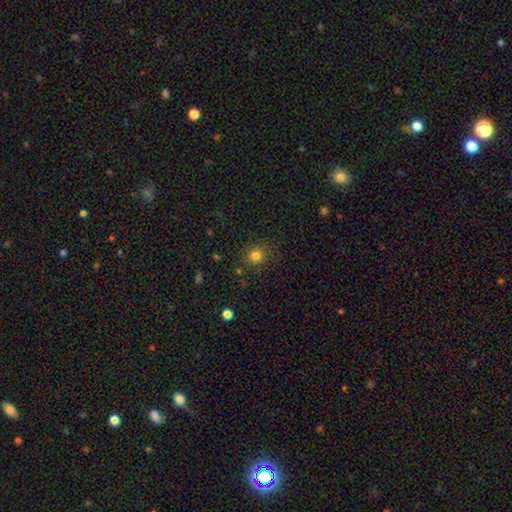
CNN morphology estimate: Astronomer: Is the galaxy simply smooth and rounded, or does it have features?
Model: smooth — 79%.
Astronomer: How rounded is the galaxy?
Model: round — 90%.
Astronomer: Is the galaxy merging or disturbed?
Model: none — 87%.